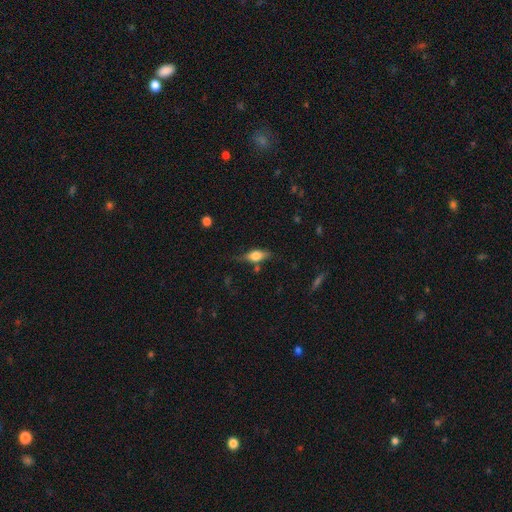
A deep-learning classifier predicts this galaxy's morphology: This is possibly a smooth galaxy (53%). How rounded: likely in between (66%). Merging: likely none (64%).